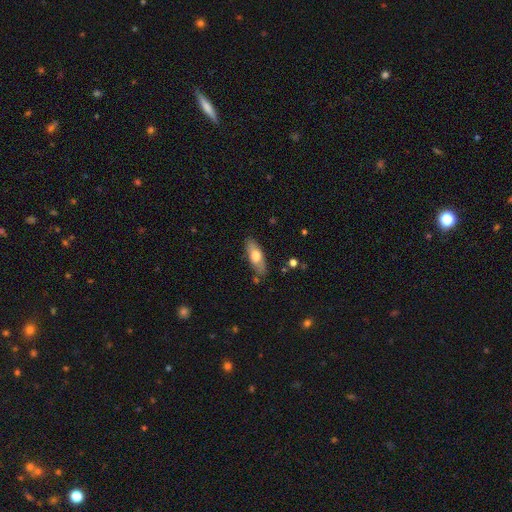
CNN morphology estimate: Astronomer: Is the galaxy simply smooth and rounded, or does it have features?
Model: smooth — 64%.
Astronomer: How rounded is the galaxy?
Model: in between — 68%.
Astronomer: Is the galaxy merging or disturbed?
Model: none — 80%.